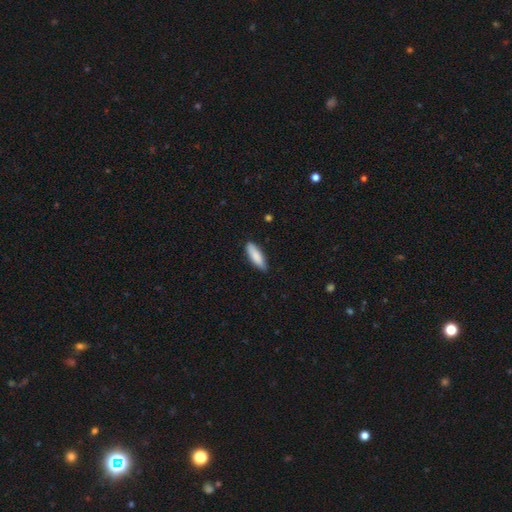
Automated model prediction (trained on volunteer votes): smooth_or_featured: smooth (p=0.86) [alt: featured or disk p=0.08]
how_rounded: in between (p=0.50) [alt: cigar-shaped p=0.49]
merging: none (p=0.83) [alt: minor disturbance p=0.14]